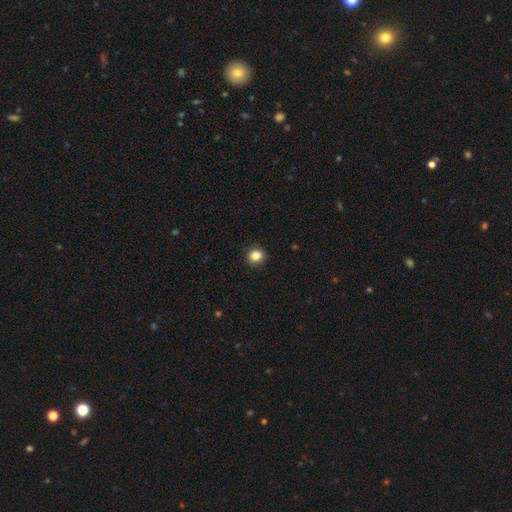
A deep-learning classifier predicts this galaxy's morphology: smooth_or_featured: smooth (p=0.85) [alt: star or artifact p=0.11]
how_rounded: round (p=0.84) [alt: in between p=0.15]
merging: none (p=0.91) [alt: minor disturbance p=0.06]